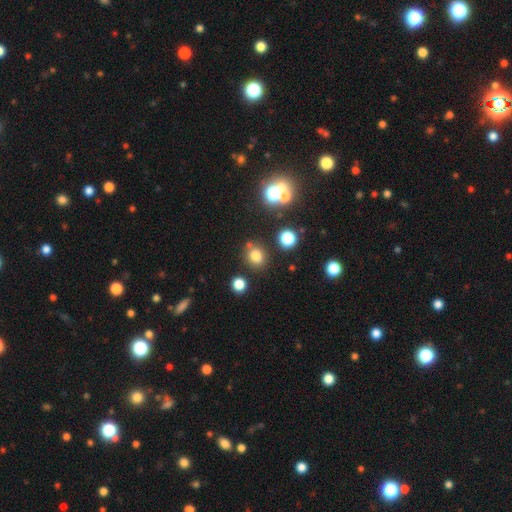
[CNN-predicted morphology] type=smooth (76%); roundness=round (70%); merging=none (76%).